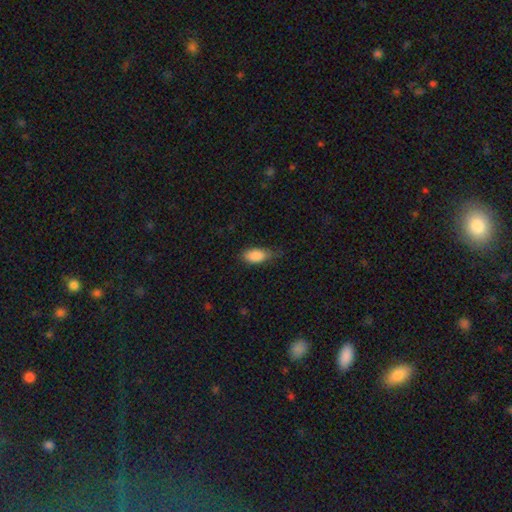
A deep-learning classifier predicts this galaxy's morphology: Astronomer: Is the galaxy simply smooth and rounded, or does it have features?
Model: smooth — 87%.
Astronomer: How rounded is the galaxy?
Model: in between — 90%.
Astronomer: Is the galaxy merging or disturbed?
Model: none — 61%.